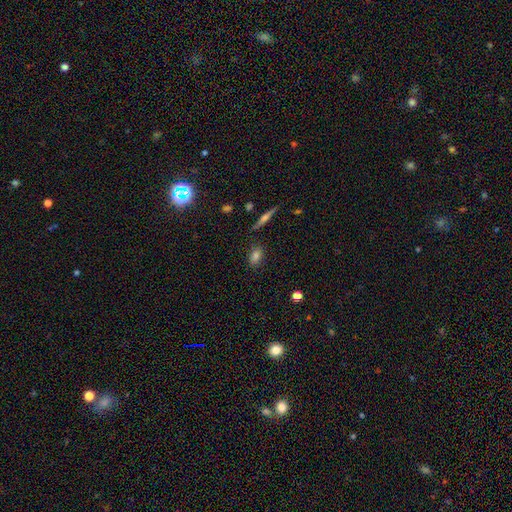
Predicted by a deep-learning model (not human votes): smooth-or-featured: smooth: 76% | featured or disk: 13% | star or artifact: 11%
  how-rounded: in between: 81% | round: 13% | cigar-shaped: 6%
  merging: none: 82% | minor disturbance: 12% | major disturbance: 3% | merger: 3%